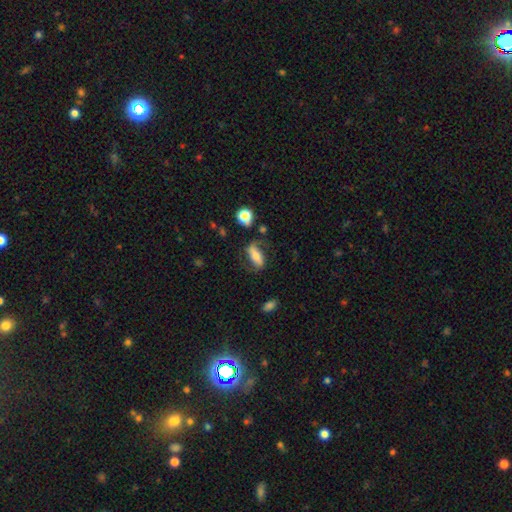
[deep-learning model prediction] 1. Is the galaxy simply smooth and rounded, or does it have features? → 46% smooth (tied), 46% featured or disk (tied), 9% star or artifact.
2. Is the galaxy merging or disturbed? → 60% none, 21% minor disturbance, 15% major disturbance, 4% merger.